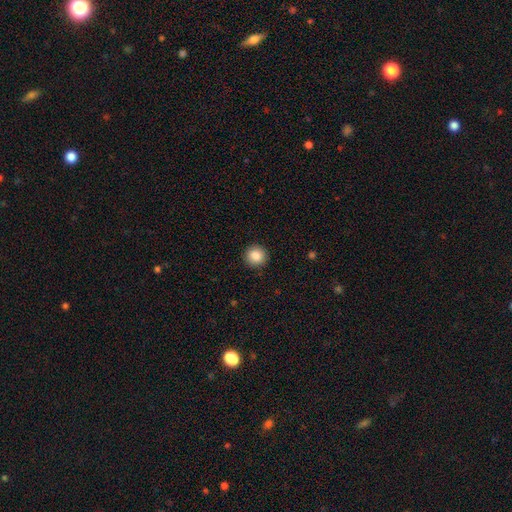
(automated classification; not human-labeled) smooth_or_featured: smooth (p=0.87) [alt: star or artifact p=0.09]
how_rounded: round (p=0.94) [alt: in between p=0.05]
merging: none (p=0.92) [alt: minor disturbance p=0.05]